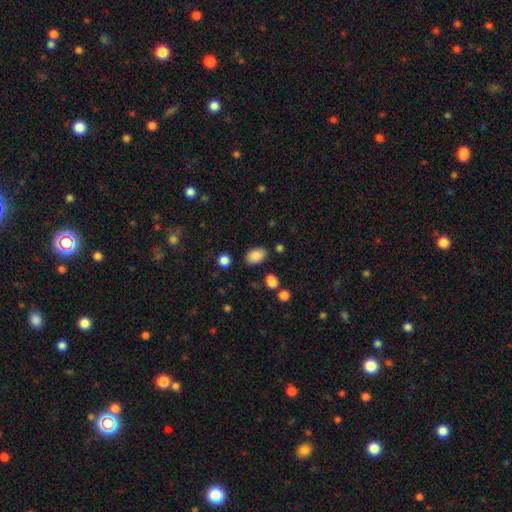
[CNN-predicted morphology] Smooth or featured: smooth — 87% (star or artifact — 9%)
How rounded: in between — 87% (round — 12%)
Merging: none — 82% (minor disturbance — 12%)